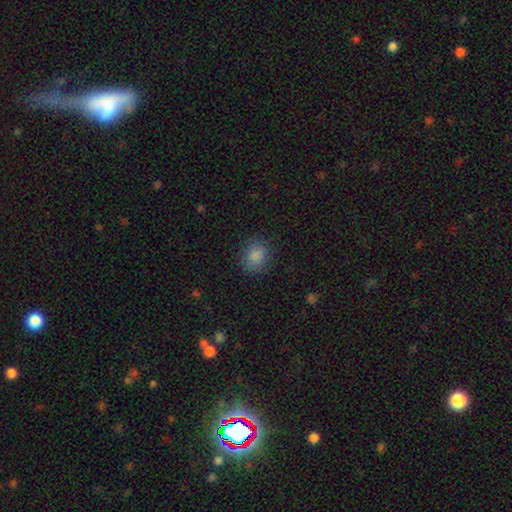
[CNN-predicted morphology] A smooth galaxy with no disk features (86%) that is round (65%).

Vote fractions:
- Smooth or featured? smooth: 86% / star or artifact: 10% / featured or disk: 5%
- How rounded? round: 65% / in between: 34% / cigar-shaped: 1%
- Merging? none: 83% / minor disturbance: 12% / major disturbance: 4% / merger: 1%